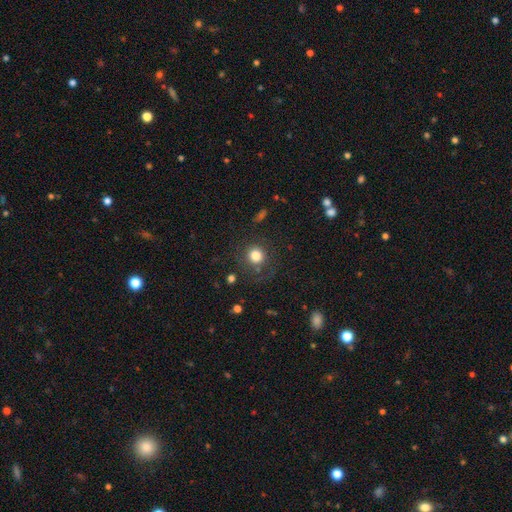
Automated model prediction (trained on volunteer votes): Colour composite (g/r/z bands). It shows a smooth galaxy with no disk features (80%) that is round (90%). Merging: none (77%).